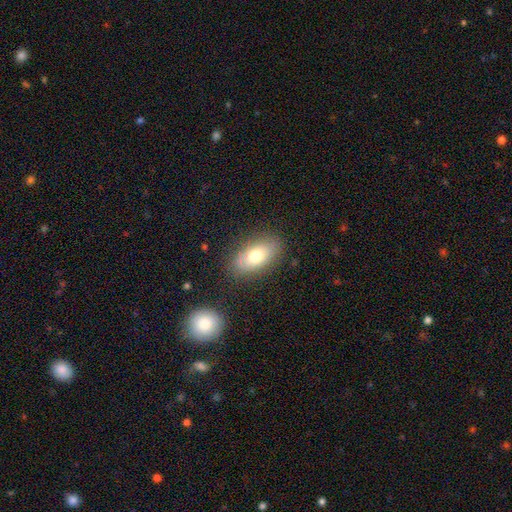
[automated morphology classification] smooth_or_featured: smooth (p=0.70) [alt: featured or disk p=0.22]
how_rounded: in between (p=0.90) [alt: round p=0.06]
merging: none (p=0.81) [alt: minor disturbance p=0.13]